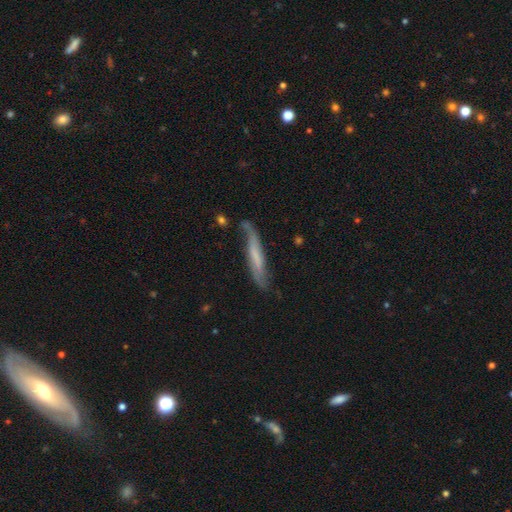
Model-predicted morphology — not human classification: The model was most divided on "smooth or featured": featured or disk: 51%, smooth: 42%, star or artifact: 7%. More confident: edge-on disk — yes (67%); merging — none (56%).